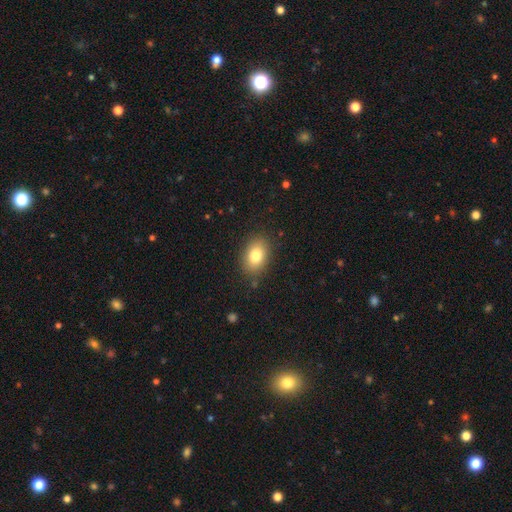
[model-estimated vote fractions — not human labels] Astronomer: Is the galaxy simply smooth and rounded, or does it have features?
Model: smooth — 81%.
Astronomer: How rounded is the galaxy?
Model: in between — 81%.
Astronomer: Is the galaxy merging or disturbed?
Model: none — 86%.